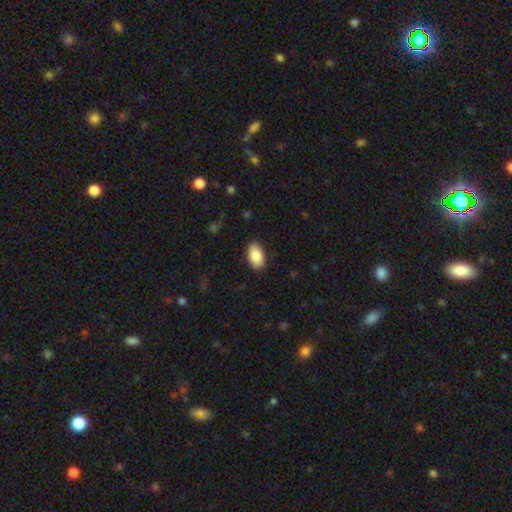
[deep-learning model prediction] smooth 87%, featured or disk 7%, star or artifact 6%. Down the decision tree: how rounded — in between (94%); merging — none (88%).